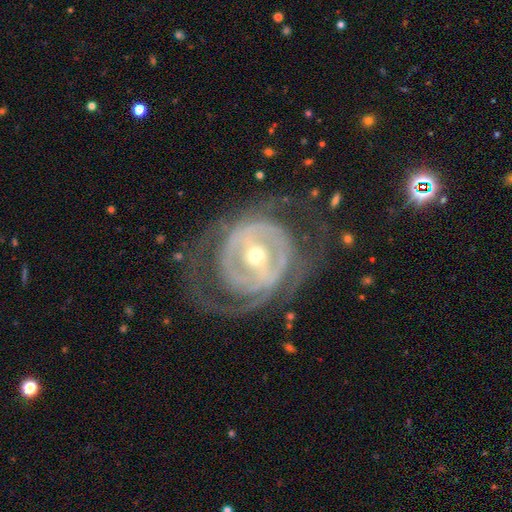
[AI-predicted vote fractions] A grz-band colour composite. It shows a featured or disk galaxy (87%) with a strong bar (47%), 2 (39%) tight (60%) spiral arms (83%) and a moderate central bulge (48%). Merging: none (62%).